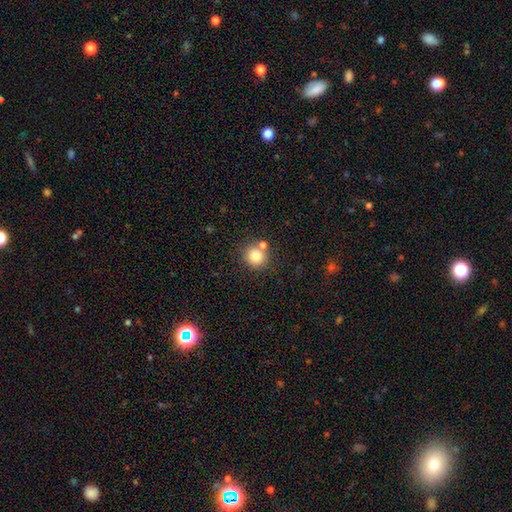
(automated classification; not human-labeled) Q: Smooth or featured?
A: smooth (81%); runner-up: star or artifact (11%)
Q: How rounded?
A: round (89%); runner-up: in between (10%)
Q: Merging?
A: none (72%); runner-up: merger (16%)